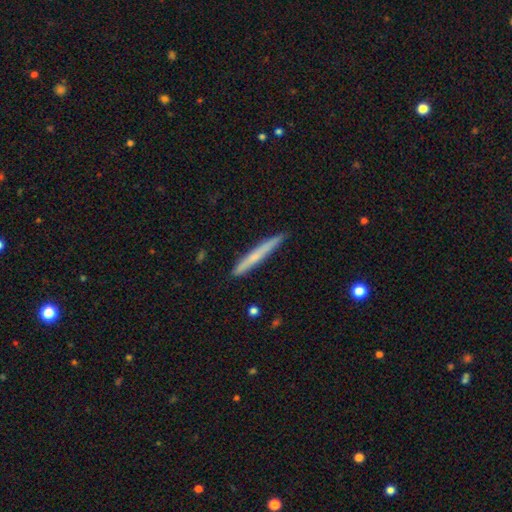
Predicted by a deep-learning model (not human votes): Smooth or featured? Predicted: smooth (p=0.58). How rounded? Predicted: cigar-shaped (p=0.97). Merging? Predicted: none (p=0.89).